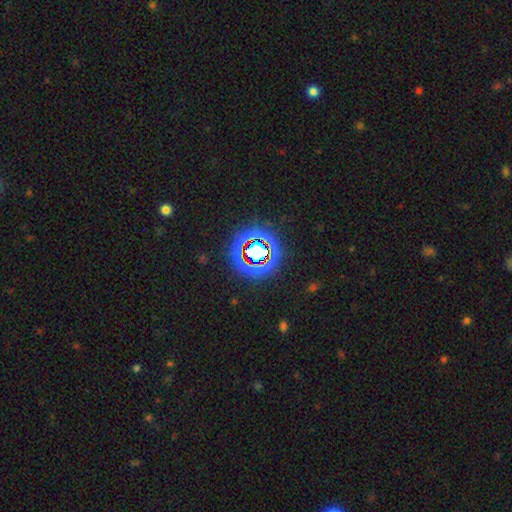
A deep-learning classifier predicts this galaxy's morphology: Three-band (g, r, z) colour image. It shows a star or artifact, not a galaxy (69%).